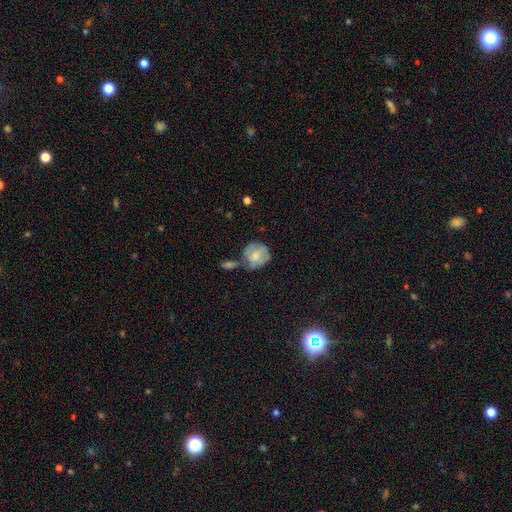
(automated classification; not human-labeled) This is likely a smooth galaxy (63%). How rounded: clearly round (83%). Merging: possibly none (48%).